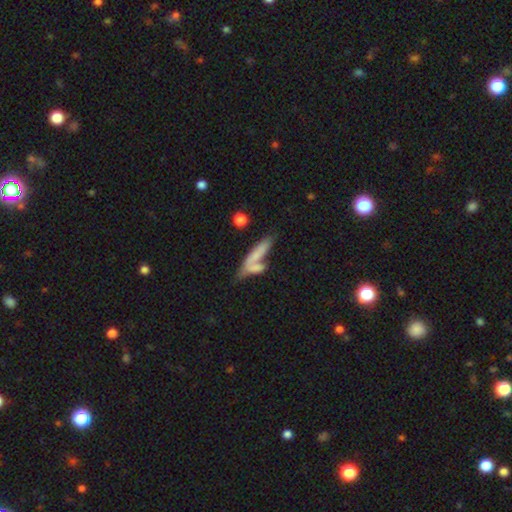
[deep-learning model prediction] A smooth galaxy with no disk features (63%) that is cigar-shaped (67%). Merging: merger (46%).